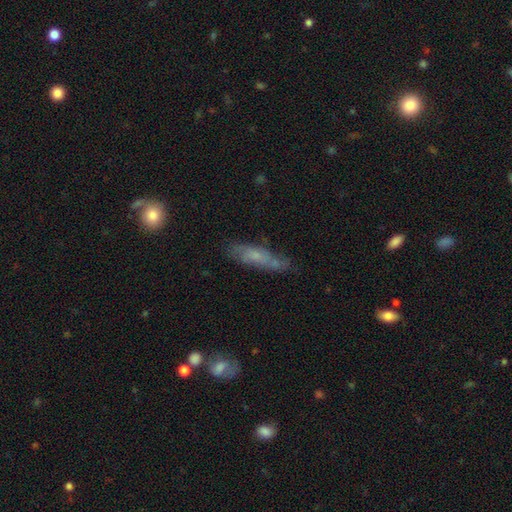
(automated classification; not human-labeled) Overall: smooth (54%; featured or disk 38%). How rounded: cigar-shaped (63%; in between 34%). Merging: none (59%; minor disturbance 26%).